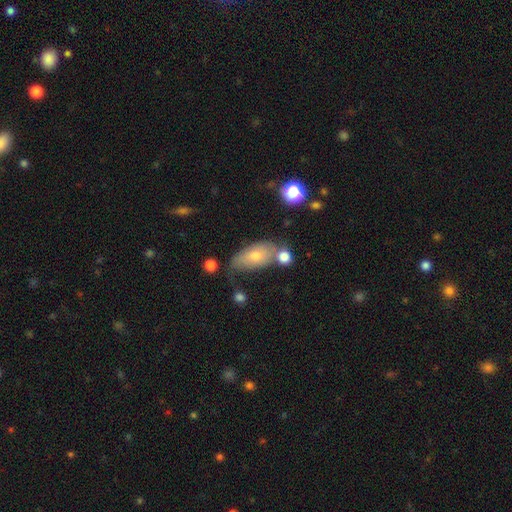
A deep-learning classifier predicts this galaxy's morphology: Overall: smooth (65%; featured or disk 25%). How rounded: in between (88%). Merging: none (53%; minor disturbance 24%).